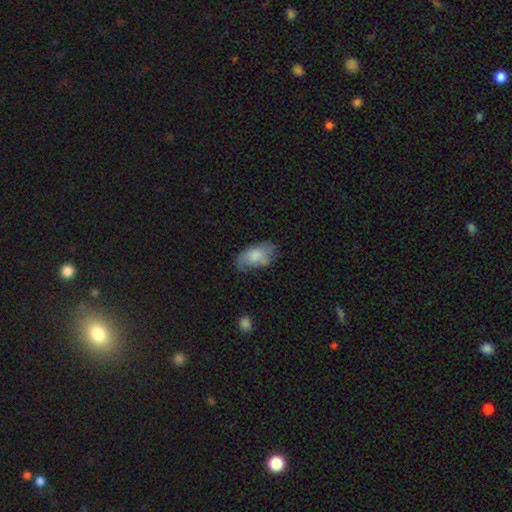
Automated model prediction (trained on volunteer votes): Smooth or featured?
  - smooth: 73% *
  - featured or disk: 20%
  - star or artifact: 7%
How rounded?
  - in between: 94% *
  - round: 4%
  - cigar-shaped: 2%
Merging?
  - none: 54% *
  - minor disturbance: 31%
  - major disturbance: 12%
  - merger: 3%